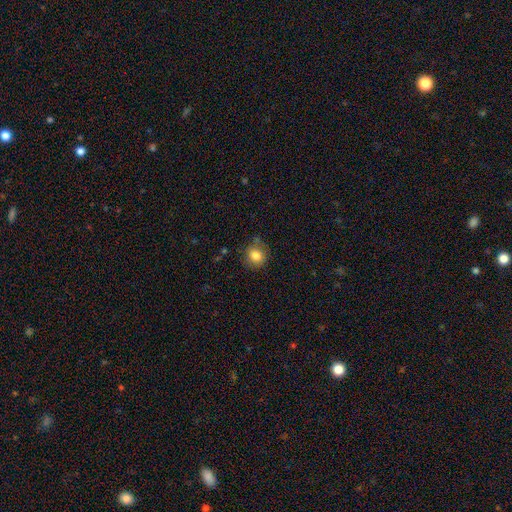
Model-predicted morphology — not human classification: Overall: smooth (83%). How rounded: round (78%). Merging: none (78%).